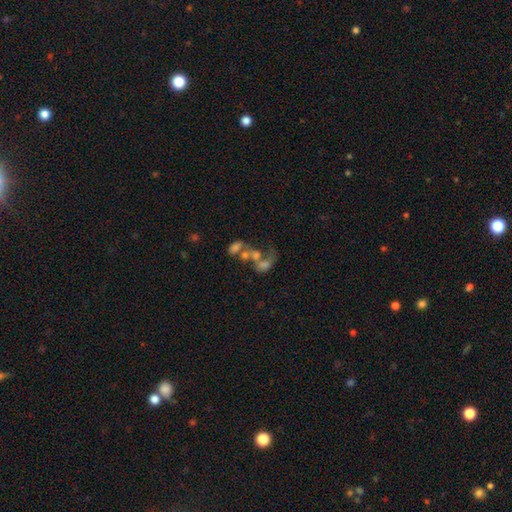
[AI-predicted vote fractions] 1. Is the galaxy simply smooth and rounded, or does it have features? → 50% featured or disk, 28% smooth, 22% star or artifact.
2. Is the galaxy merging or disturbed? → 54% merger, 20% major disturbance, 18% none, 7% minor disturbance.